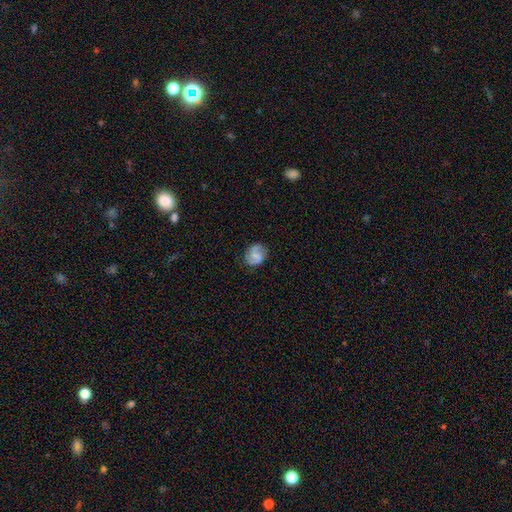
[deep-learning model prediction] A featured or disk galaxy (57%) with a weak bar (47%), spiral arms (88%) and no central bulge (41%). Merging: none (77%).